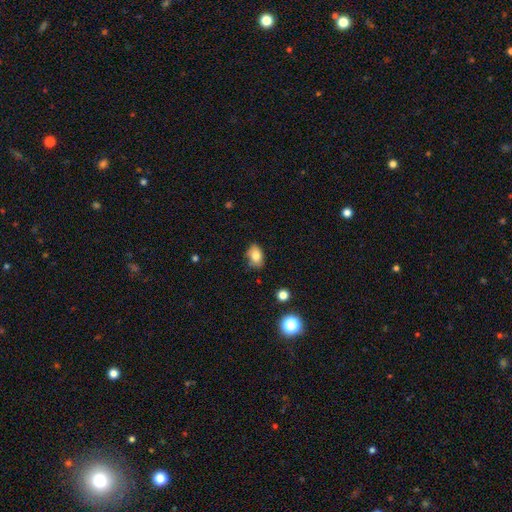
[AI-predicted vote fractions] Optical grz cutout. It shows a smooth galaxy with no disk features (79%) that is in between round and cigar-shaped (79%). Merging: none (72%).